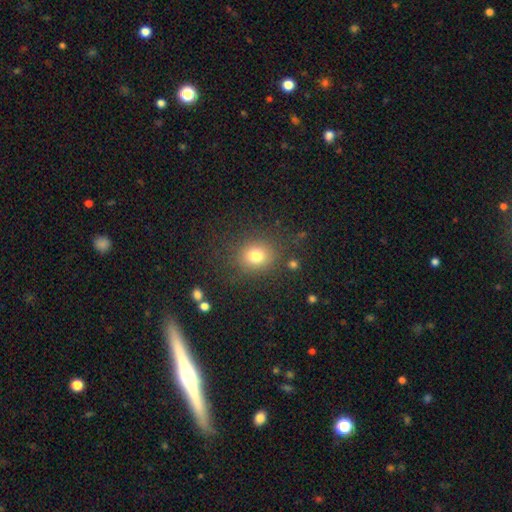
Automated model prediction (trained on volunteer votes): This is likely a smooth galaxy (78%). How rounded: likely round (74%). Merging: clearly none (82%).